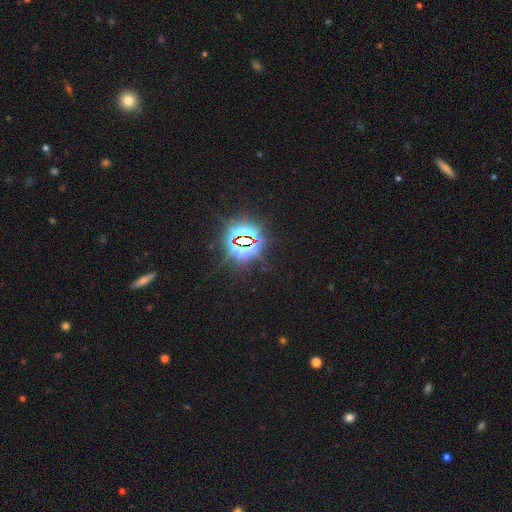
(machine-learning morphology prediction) star or artifact 85%, smooth 10%, featured or disk 6%.